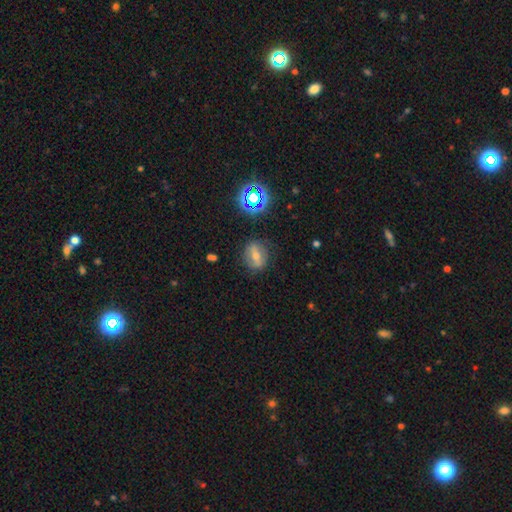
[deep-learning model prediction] Smooth or featured? Predicted: smooth (p=0.43). Merging? Predicted: none (p=0.80).